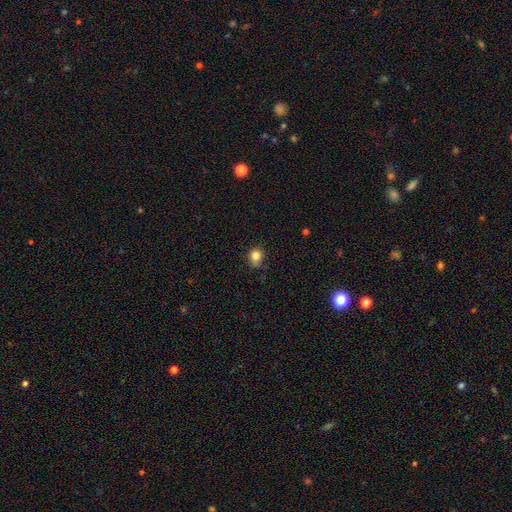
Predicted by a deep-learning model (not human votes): A smooth galaxy with no disk features (82%) that is round (71%).

Vote fractions:
- Smooth or featured? smooth: 82% / star or artifact: 12% / featured or disk: 6%
- How rounded? round: 71% / in between: 28% / cigar-shaped: 1%
- Merging? none: 70% / minor disturbance: 24% / major disturbance: 4% / merger: 2%